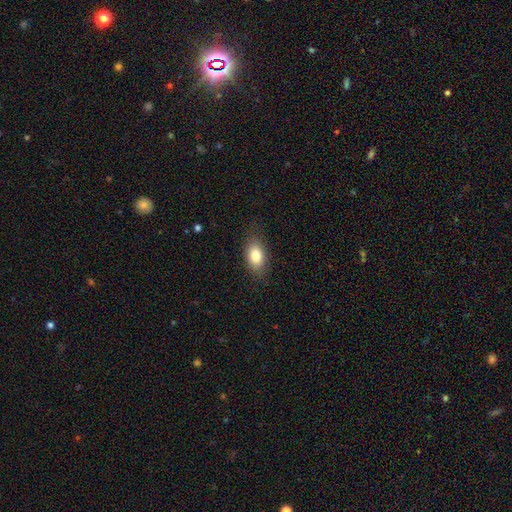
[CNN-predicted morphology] Smooth or featured: smooth — 81% (featured or disk — 11%)
How rounded: in between — 88% (round — 10%)
Merging: none — 82% (minor disturbance — 13%)